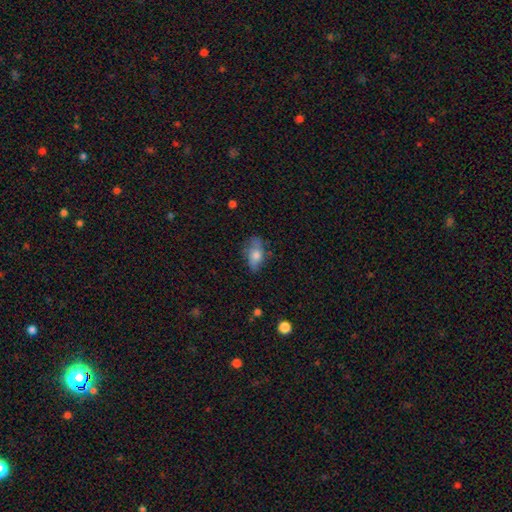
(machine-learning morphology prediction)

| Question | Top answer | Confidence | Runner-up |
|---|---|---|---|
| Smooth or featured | smooth | 67% | featured or disk (25%) |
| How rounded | in between | 86% | round (8%) |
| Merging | none | 59% | minor disturbance (28%) |